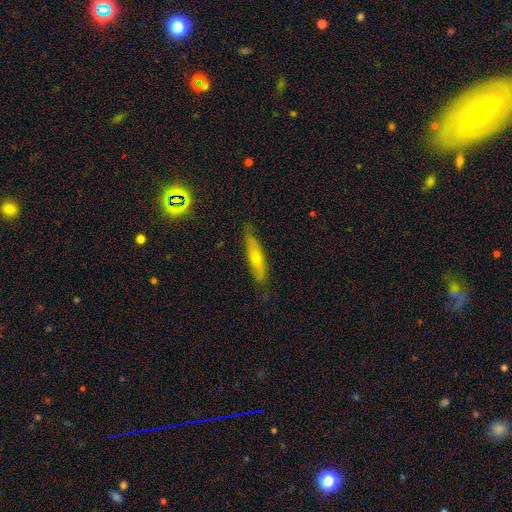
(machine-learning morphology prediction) Smooth or featured? smooth (53%)
How rounded? cigar-shaped (74%)
Merging? none (77%)